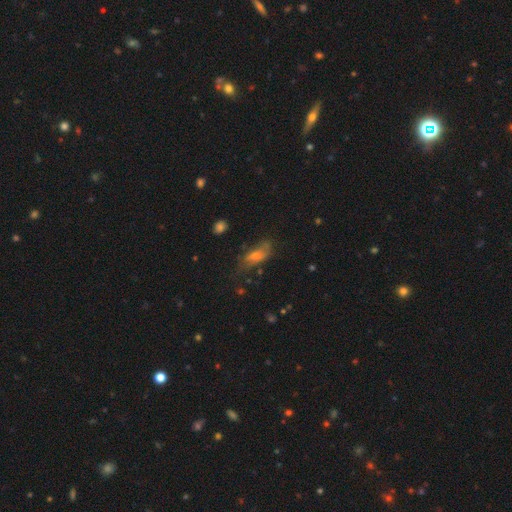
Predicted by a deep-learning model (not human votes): Smooth or featured: smooth — 53% (featured or disk — 34%)
How rounded: in between — 75% (cigar-shaped — 20%)
Merging: none — 46% (minor disturbance — 30%)